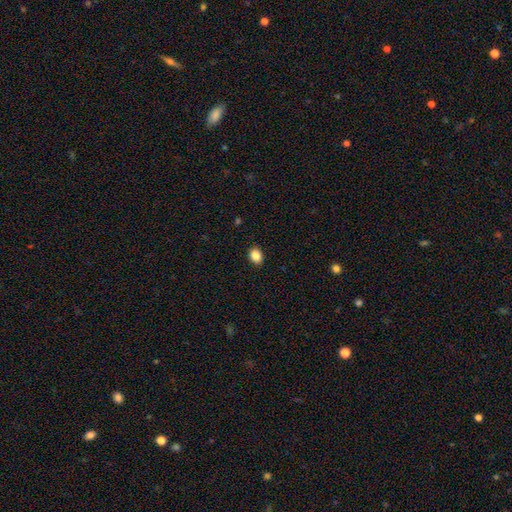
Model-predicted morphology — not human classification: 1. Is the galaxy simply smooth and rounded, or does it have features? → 87% smooth, 9% star or artifact, 4% featured or disk.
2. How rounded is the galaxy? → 58% in between, 41% round, 1% cigar-shaped.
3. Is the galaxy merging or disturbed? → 91% none, 6% minor disturbance, 2% major disturbance, 1% merger.